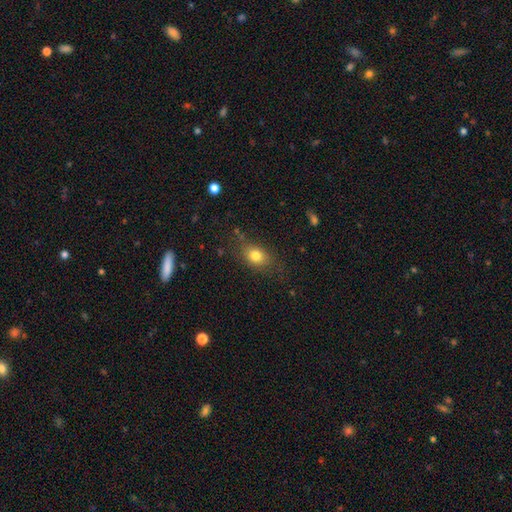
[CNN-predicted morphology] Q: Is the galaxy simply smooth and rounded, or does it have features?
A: smooth — 79%.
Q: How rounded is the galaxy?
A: in between — 64%.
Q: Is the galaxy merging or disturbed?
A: none — 74%.